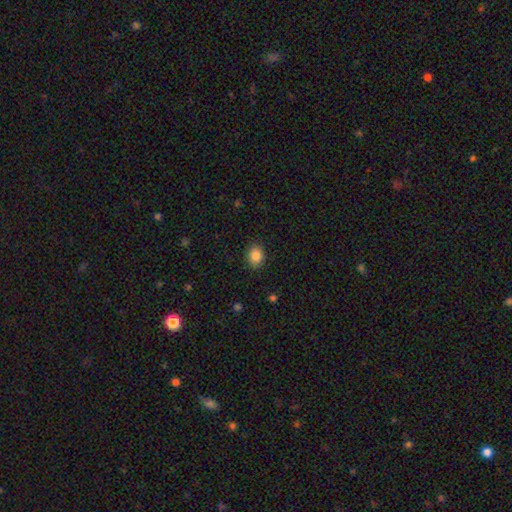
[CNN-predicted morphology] Overall: smooth (86%). How rounded: in between (58%; round 41%). Merging: none (88%).